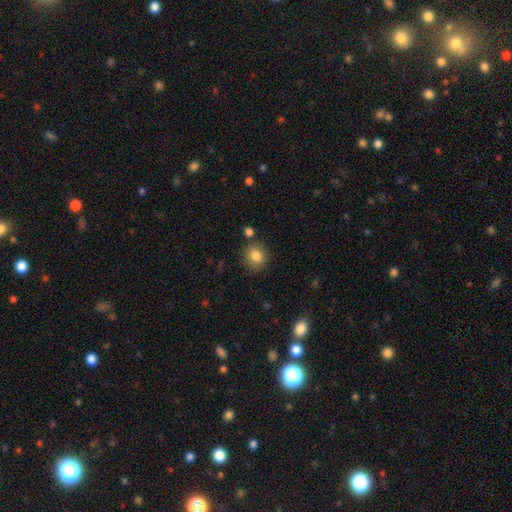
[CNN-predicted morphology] A smooth galaxy with no disk features (83%) that is round (84%). Merging: none (83%).